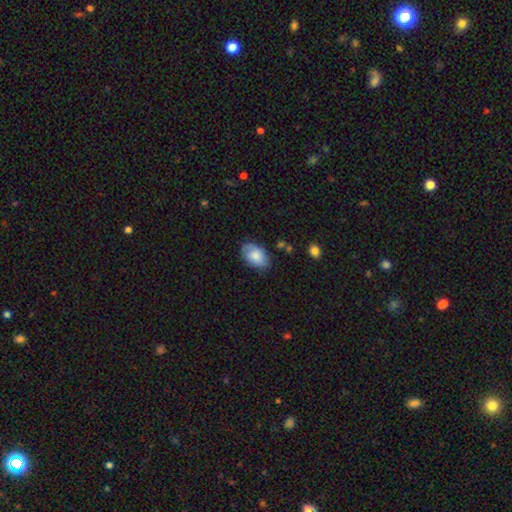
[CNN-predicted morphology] This is likely a smooth galaxy (76%). How rounded: clearly in between (89%). Merging: likely none (74%).